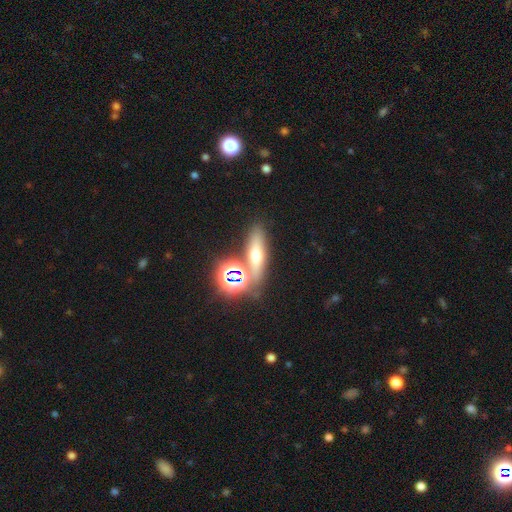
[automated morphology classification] The model was most divided on "smooth or featured": smooth: 41%, star or artifact: 31%, featured or disk: 27%. More confident: merging — none (74%).